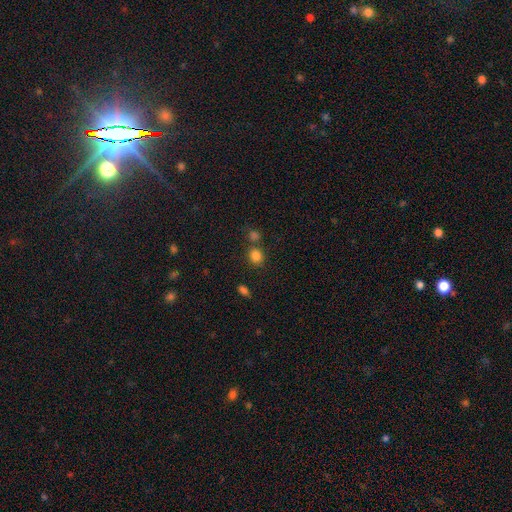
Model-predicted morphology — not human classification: This appears to be a smooth galaxy with no disk features (82%) that is round (72%). Merging: none (70%).